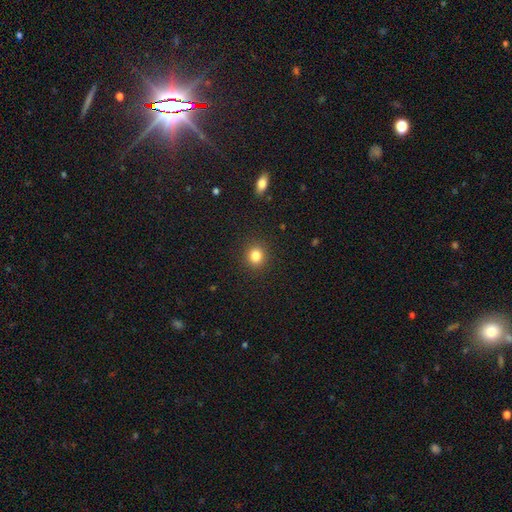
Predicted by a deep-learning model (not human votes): A smooth galaxy with no disk features (83%) that is round (85%).

Vote fractions:
- Smooth or featured? smooth: 83% / star or artifact: 12% / featured or disk: 6%
- How rounded? round: 85% / in between: 14% / cigar-shaped: 1%
- Merging? none: 91% / minor disturbance: 6% / major disturbance: 2% / merger: 1%